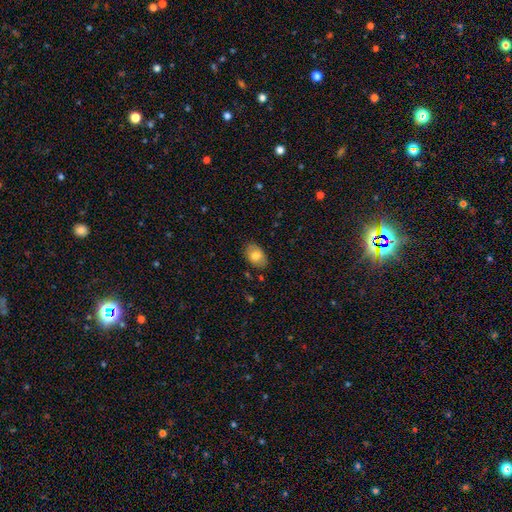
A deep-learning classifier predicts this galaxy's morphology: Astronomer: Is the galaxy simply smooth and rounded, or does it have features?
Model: smooth — 79%.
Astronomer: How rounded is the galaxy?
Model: in between — 85%.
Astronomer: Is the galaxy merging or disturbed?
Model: none — 84%.